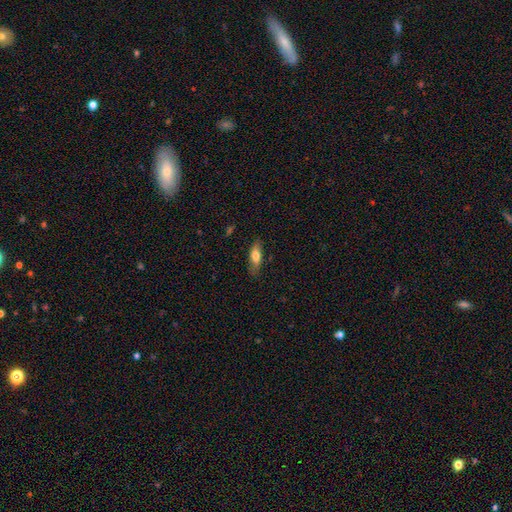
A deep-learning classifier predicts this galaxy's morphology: Smooth or featured? Predicted: smooth (p=0.73). How rounded? Predicted: in between (p=0.63). Merging? Predicted: none (p=0.77).